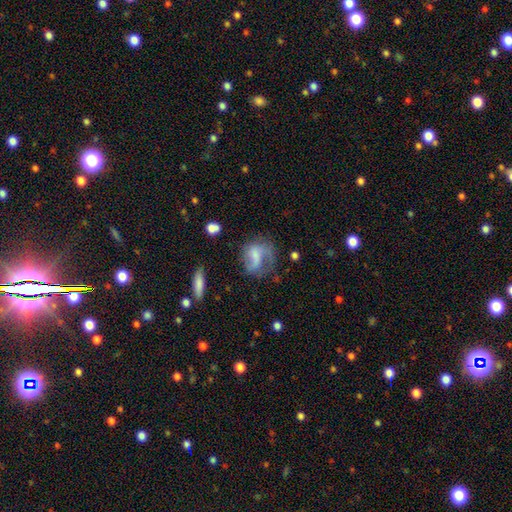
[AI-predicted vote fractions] smooth-or-featured: smooth: 47% | featured or disk: 43% | star or artifact: 10%
  merging: none: 38% | major disturbance: 35% | minor disturbance: 23% | merger: 4%